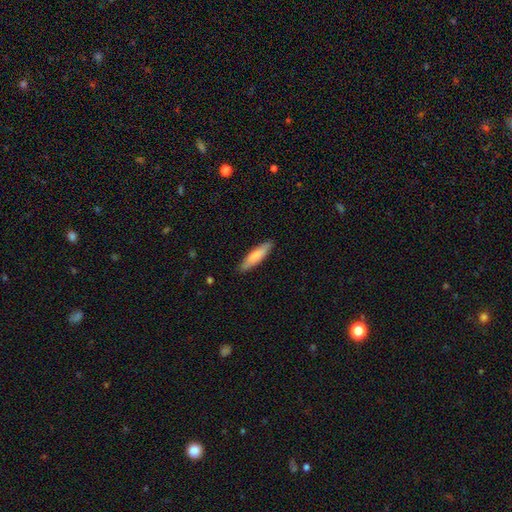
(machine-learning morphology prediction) A smooth galaxy with no disk features (80%) that is cigar-shaped (75%). Merging: none (89%).